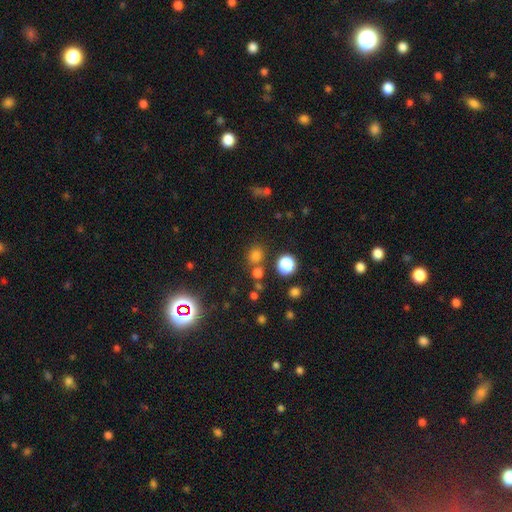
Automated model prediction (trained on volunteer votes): Morphology: type=smooth (71%); roundness=round (74%); merging=none (75%).